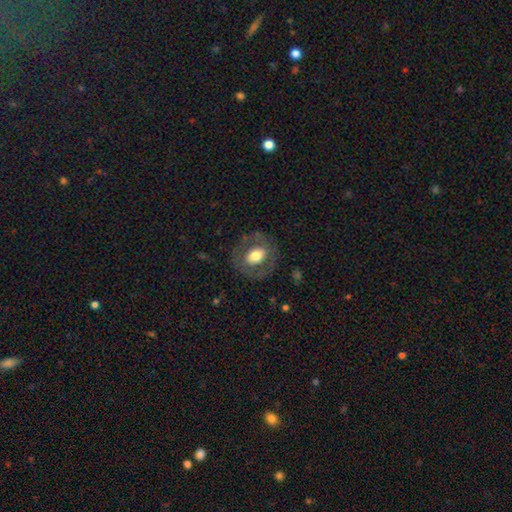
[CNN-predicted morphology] Smooth or featured? Predicted: smooth (p=0.54). How rounded? Predicted: round (p=0.55). Merging? Predicted: none (p=0.77).